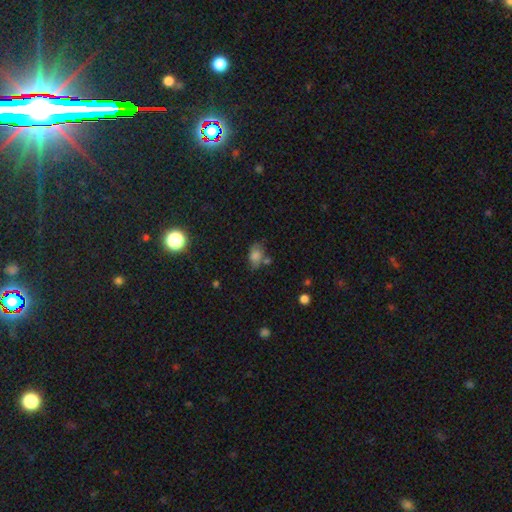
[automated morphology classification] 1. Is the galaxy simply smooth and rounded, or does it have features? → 74% smooth, 14% star or artifact, 12% featured or disk.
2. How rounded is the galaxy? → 82% in between, 16% round, 2% cigar-shaped.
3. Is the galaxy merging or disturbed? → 57% none, 21% minor disturbance, 15% merger, 6% major disturbance.